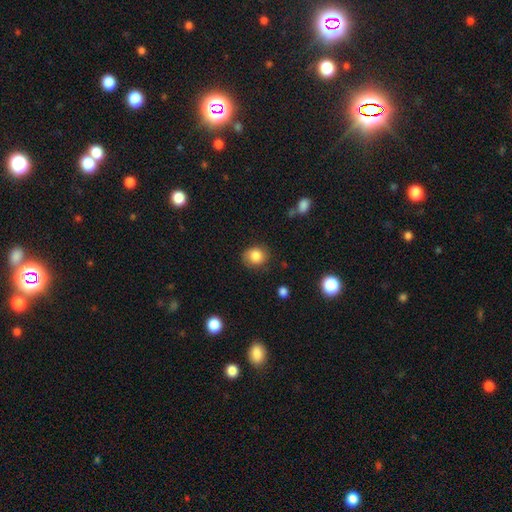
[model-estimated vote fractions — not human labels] Morphology: type=smooth (84%); roundness=round (73%); merging=none (80%).